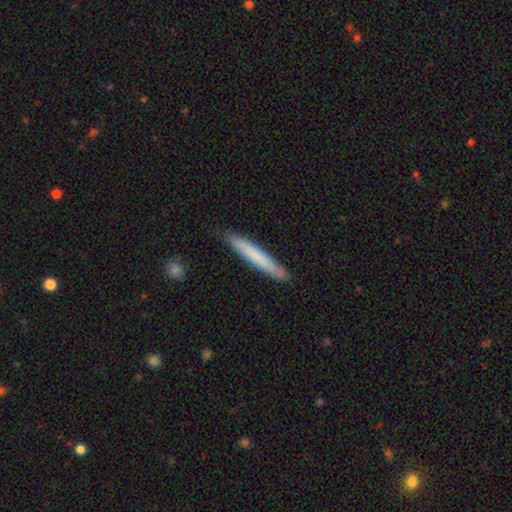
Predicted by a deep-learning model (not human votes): A smooth galaxy with no disk features (73%) that is cigar-shaped (96%).

Vote fractions:
- Smooth or featured? smooth: 73% / featured or disk: 22% / star or artifact: 5%
- How rounded? cigar-shaped: 96% / in between: 3% / round: 1%
- Merging? none: 88% / minor disturbance: 9% / major disturbance: 1% / merger: 1%